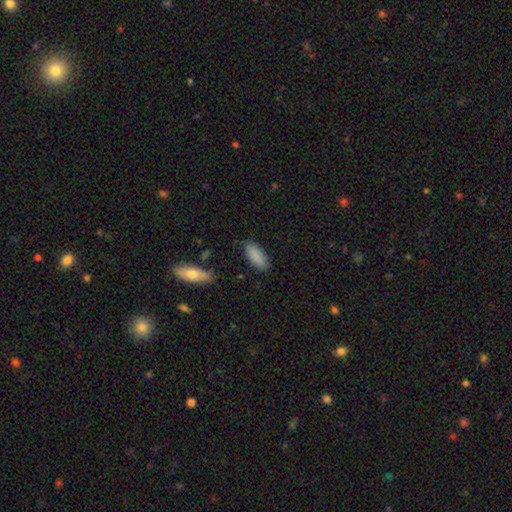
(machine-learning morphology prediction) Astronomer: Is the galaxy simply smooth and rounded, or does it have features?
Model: smooth — 88%.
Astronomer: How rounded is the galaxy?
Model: in between — 83%.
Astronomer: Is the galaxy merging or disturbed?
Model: none — 83%.